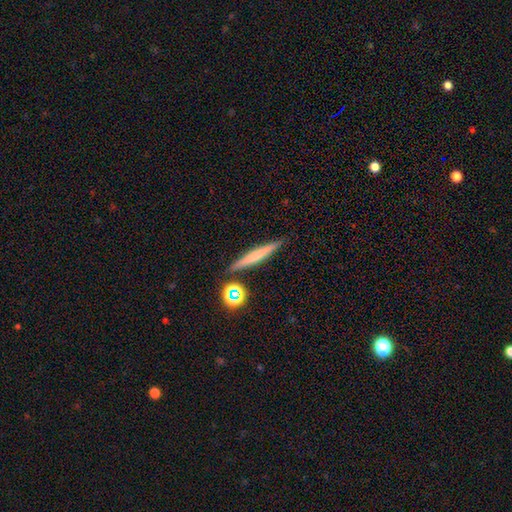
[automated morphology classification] Overall: smooth (54%; featured or disk 36%). How rounded: cigar-shaped (92%). Merging: none (86%).